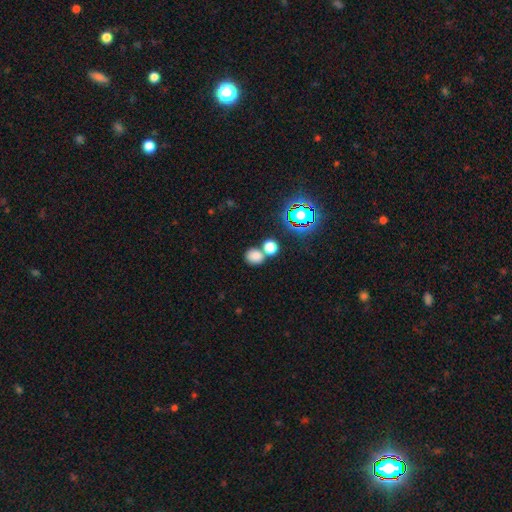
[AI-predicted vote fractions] This is likely a smooth galaxy (76%). How rounded: likely round (69%). Merging: possibly none (57%).